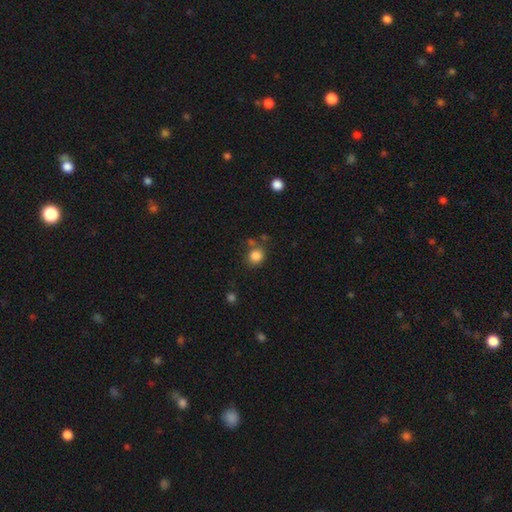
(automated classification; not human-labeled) A smooth galaxy with no disk features (84%) that is round (81%).

Vote fractions:
- Smooth or featured? smooth: 84% / star or artifact: 11% / featured or disk: 5%
- How rounded? round: 81% / in between: 18% / cigar-shaped: 1%
- Merging? none: 72% / minor disturbance: 13% / merger: 10% / major disturbance: 5%